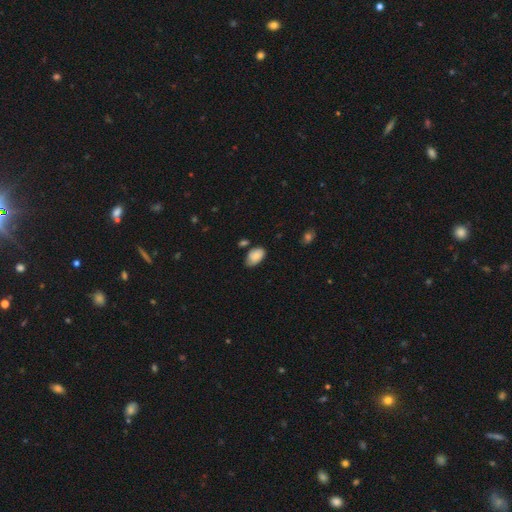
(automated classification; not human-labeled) A smooth galaxy with no disk features (82%) that is in between round and cigar-shaped (92%).

Vote fractions:
- Smooth or featured? smooth: 82% / featured or disk: 10% / star or artifact: 8%
- How rounded? in between: 92% / round: 7% / cigar-shaped: 1%
- Merging? none: 58% / minor disturbance: 30% / merger: 6% / major disturbance: 6%